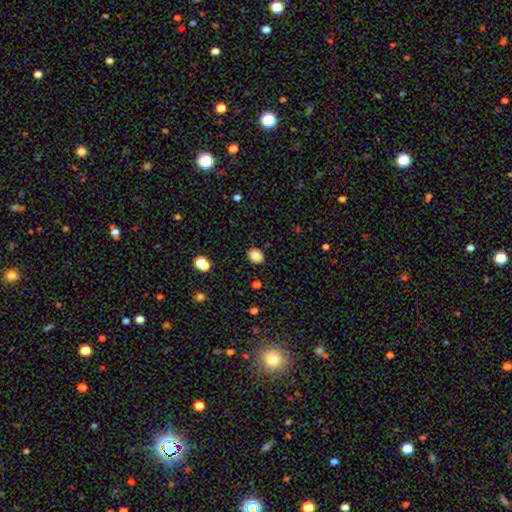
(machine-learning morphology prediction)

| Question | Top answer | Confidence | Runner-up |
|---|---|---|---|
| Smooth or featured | smooth | 86% | star or artifact (11%) |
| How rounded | in between | 54% | round (45%) |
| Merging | none | 88% | minor disturbance (9%) |